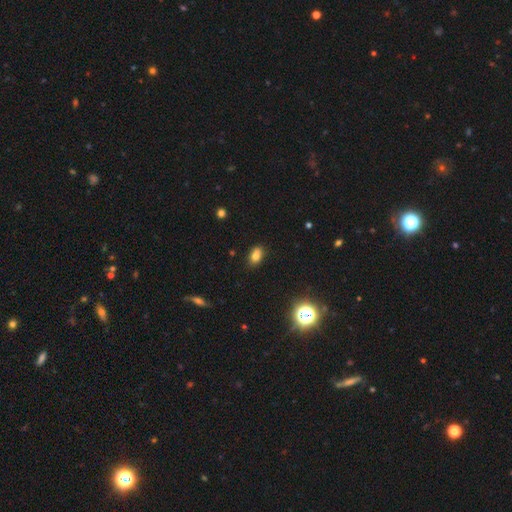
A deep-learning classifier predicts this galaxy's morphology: type=smooth (76%); roundness=in between (81%); merging=none (66%).